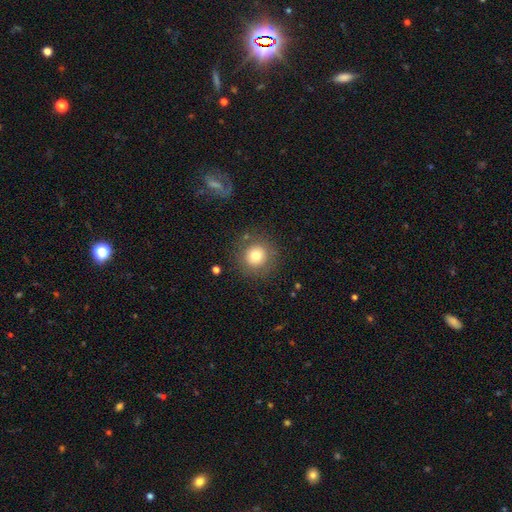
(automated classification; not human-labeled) Smooth or featured?
  - smooth: 76% *
  - featured or disk: 12%
  - star or artifact: 12%
How rounded?
  - round: 94% *
  - in between: 5%
  - cigar-shaped: 1%
Merging?
  - none: 85% *
  - minor disturbance: 9%
  - major disturbance: 4%
  - merger: 2%